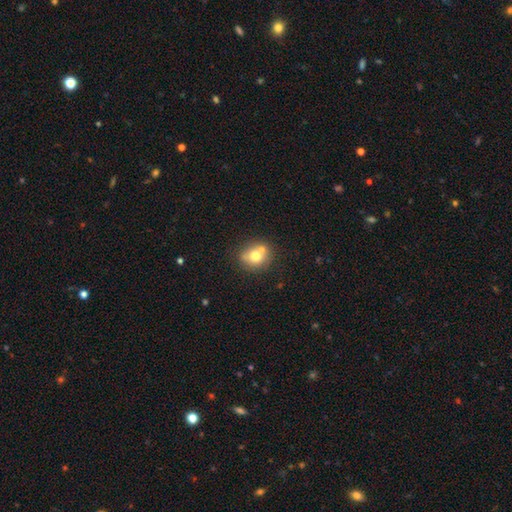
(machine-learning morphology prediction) Smooth or featured?
  - smooth: 70% *
  - featured or disk: 20%
  - star or artifact: 10%
How rounded?
  - round: 71% *
  - in between: 28%
  - cigar-shaped: 1%
Merging?
  - none: 59% *
  - merger: 24%
  - minor disturbance: 13%
  - major disturbance: 4%